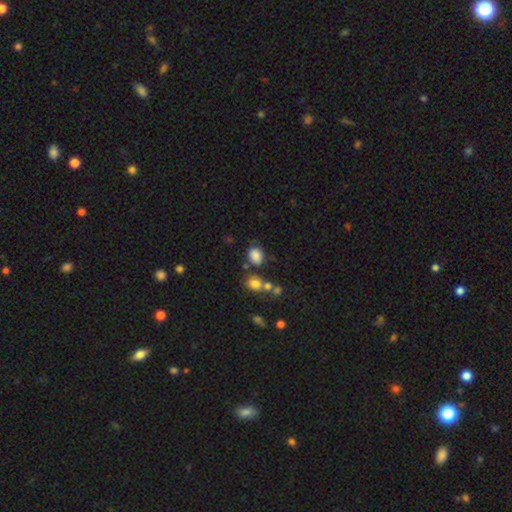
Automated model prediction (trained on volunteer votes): smooth-or-featured: smooth: 83% | star or artifact: 11% | featured or disk: 6%
  how-rounded: in between: 53% | round: 46% | cigar-shaped: 1%
  merging: none: 65% | minor disturbance: 17% | merger: 13% | major disturbance: 6%